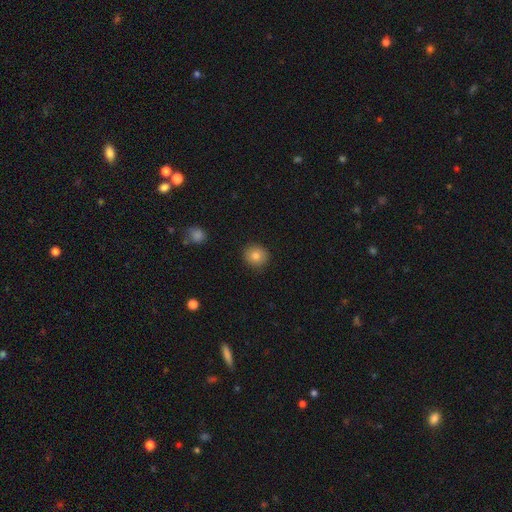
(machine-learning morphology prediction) A smooth galaxy with no disk features (82%) that is round (86%). Merging: none (89%).